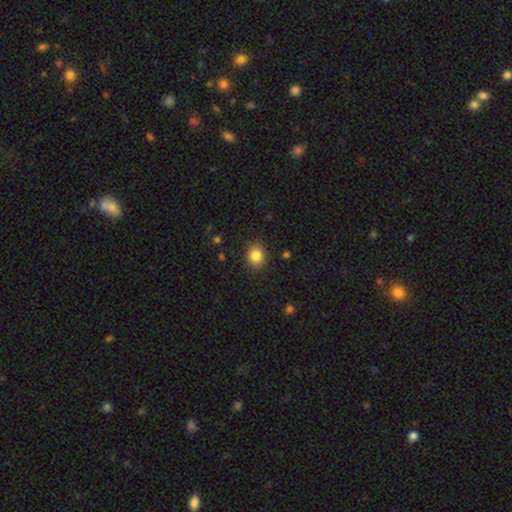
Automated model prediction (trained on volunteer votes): smooth-or-featured: smooth: 84% | star or artifact: 10% | featured or disk: 5%
  how-rounded: round: 66% | in between: 33% | cigar-shaped: 1%
  merging: none: 87% | minor disturbance: 9% | major disturbance: 3% | merger: 1%